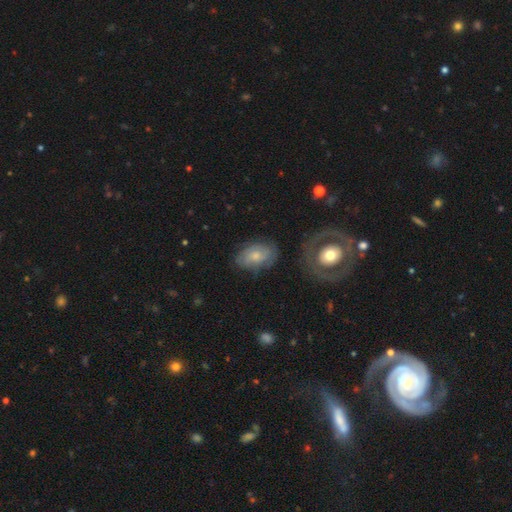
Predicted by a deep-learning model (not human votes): Smooth or featured? smooth (47%)
Merging? none (70%)